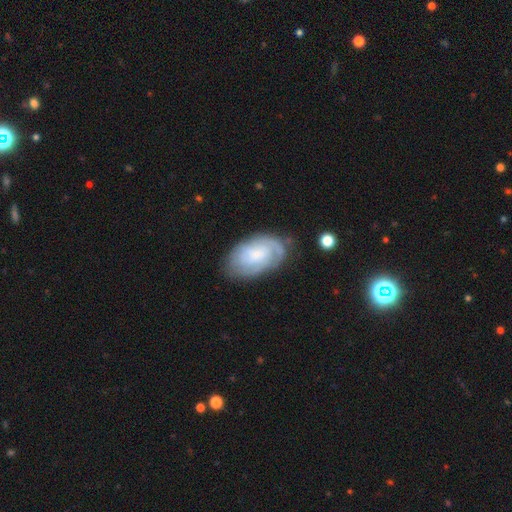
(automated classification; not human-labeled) A featured or disk galaxy (66%) with no bar (62%), tight (61%) spiral arms (91%) and a small central bulge (49%). Merging: none (70%).